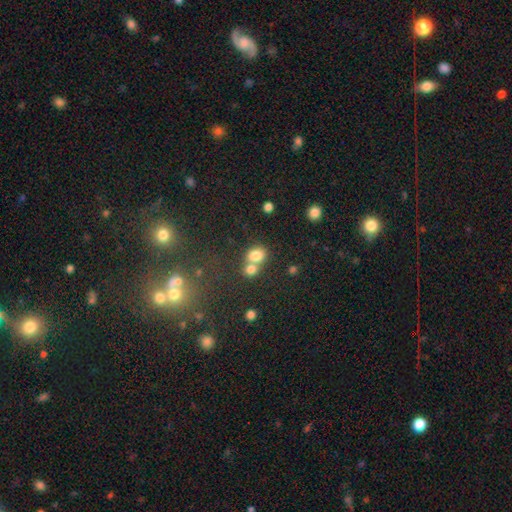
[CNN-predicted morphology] Smooth or featured? smooth (78%)
How rounded? round (52%)
Merging? merger (54%)